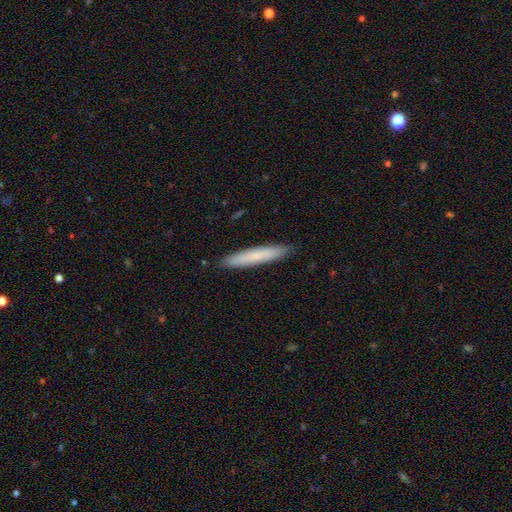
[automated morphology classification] type=smooth (74%); roundness=cigar-shaped (94%); merging=none (90%).